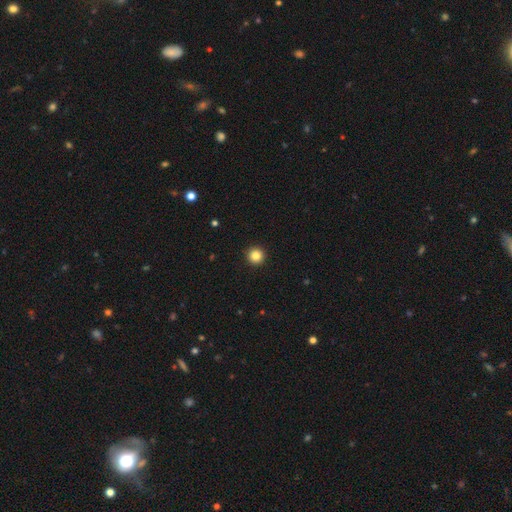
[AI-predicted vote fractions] This appears to be a smooth galaxy with no disk features (84%) that is round (96%). Merging: none (94%).